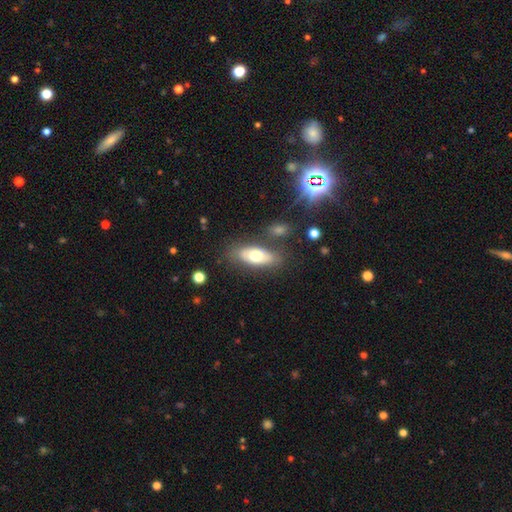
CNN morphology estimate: Smooth or featured?
  - smooth: 61% *
  - featured or disk: 33%
  - star or artifact: 7%
How rounded?
  - in between: 81% *
  - cigar-shaped: 15%
  - round: 4%
Merging?
  - none: 75% *
  - minor disturbance: 14%
  - merger: 6%
  - major disturbance: 5%